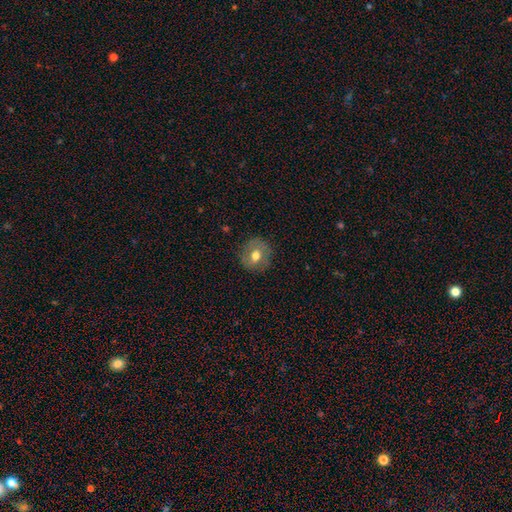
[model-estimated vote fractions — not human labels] Smooth or featured? smooth (63%)
How rounded? round (82%)
Merging? none (84%)